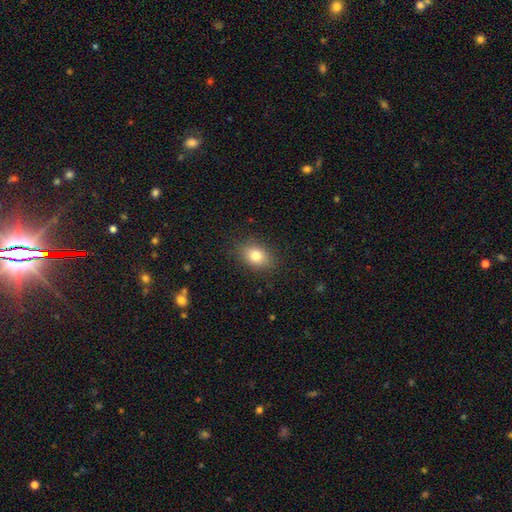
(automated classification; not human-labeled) Q: Smooth or featured?
A: smooth (80%); runner-up: star or artifact (11%)
Q: How rounded?
A: in between (68%); runner-up: round (31%)
Q: Merging?
A: none (85%); runner-up: minor disturbance (10%)